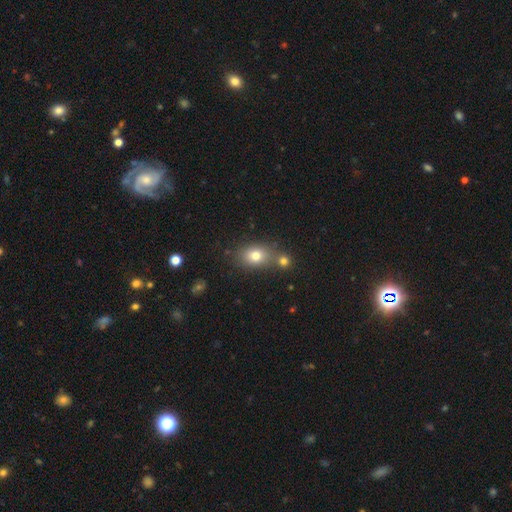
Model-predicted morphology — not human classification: Smooth or featured?
  - smooth: 76% *
  - star or artifact: 12%
  - featured or disk: 12%
How rounded?
  - in between: 64% *
  - round: 35%
  - cigar-shaped: 2%
Merging?
  - none: 55% *
  - merger: 29%
  - minor disturbance: 12%
  - major disturbance: 4%